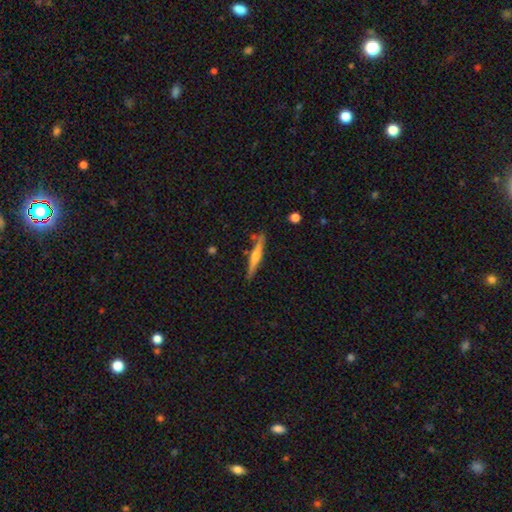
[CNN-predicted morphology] This is likely a featured or disk galaxy (62%). It is clearly viewed edge-on (97%). Edge-on bulge: likely rounded (76%). Merging: clearly none (84%).